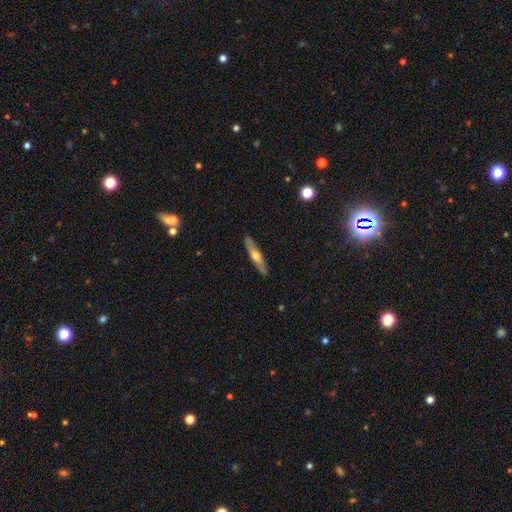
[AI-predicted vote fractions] Smooth or featured? featured or disk (53%)
Edge-on disk? yes (89%)
Merging? none (90%)